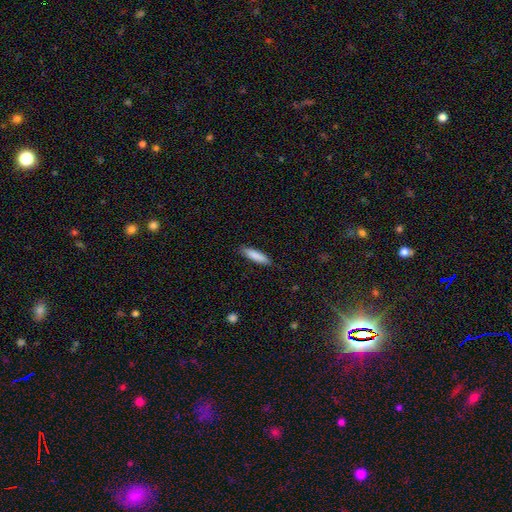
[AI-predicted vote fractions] smooth 86%, featured or disk 8%, star or artifact 6%. Down the decision tree: how rounded — cigar-shaped (73%); merging — none (88%).